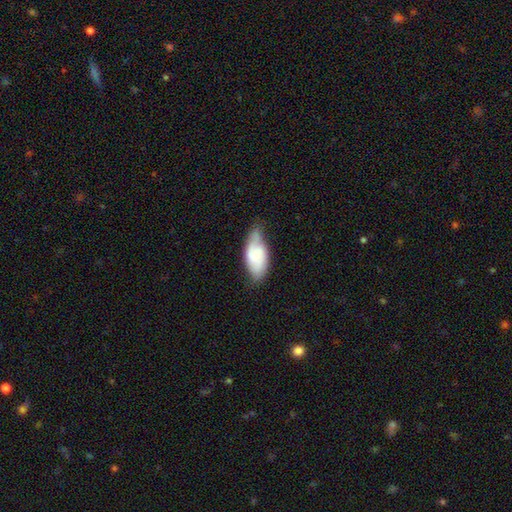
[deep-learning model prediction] A smooth galaxy with no disk features (57%) that is in between round and cigar-shaped (91%).

Vote fractions:
- Smooth or featured? smooth: 57% / featured or disk: 36% / star or artifact: 7%
- How rounded? in between: 91% / cigar-shaped: 7% / round: 3%
- Merging? none: 50% / minor disturbance: 37% / major disturbance: 10% / merger: 3%